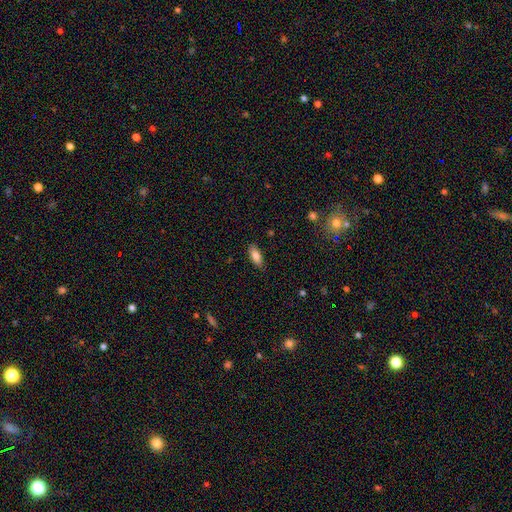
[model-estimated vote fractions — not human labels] A smooth galaxy with no disk features (83%) that is in between round and cigar-shaped (83%).

Vote fractions:
- Smooth or featured? smooth: 83% / featured or disk: 10% / star or artifact: 7%
- How rounded? in between: 83% / cigar-shaped: 14% / round: 2%
- Merging? none: 84% / minor disturbance: 12% / major disturbance: 2% / merger: 1%